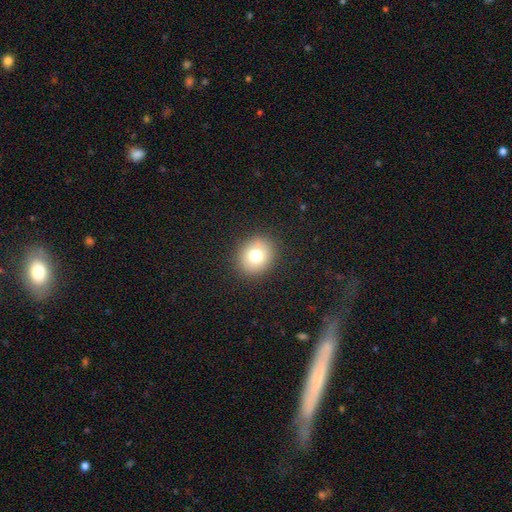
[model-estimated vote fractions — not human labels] Smooth or featured? Predicted: smooth (p=0.75). How rounded? Predicted: round (p=0.68). Merging? Predicted: none (p=0.89).